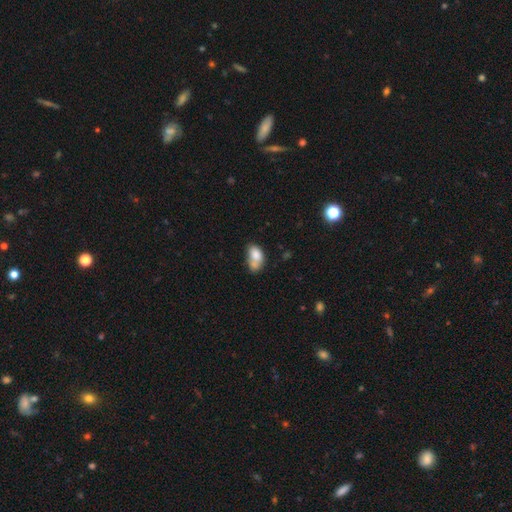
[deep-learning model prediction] Smooth or featured? smooth (76%)
How rounded? in between (86%)
Merging? merger (44%)